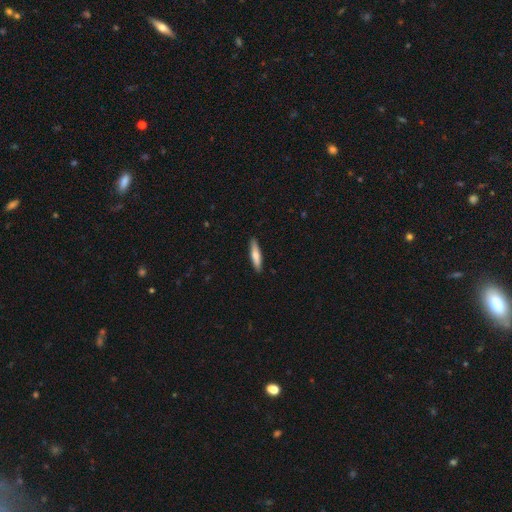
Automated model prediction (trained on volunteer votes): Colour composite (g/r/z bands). It shows a smooth galaxy with no disk features (68%) that is cigar-shaped (83%). Merging: none (91%).